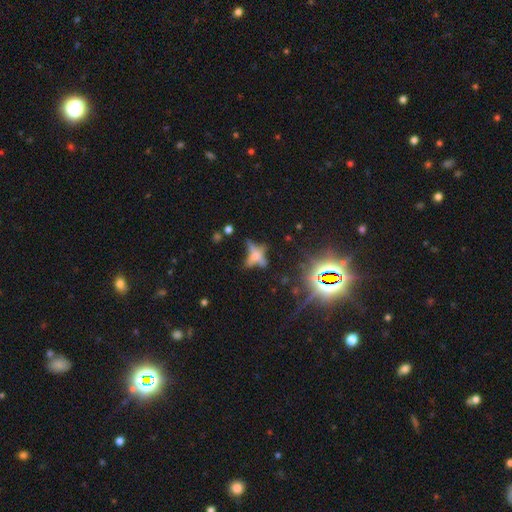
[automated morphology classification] Smooth or featured? featured or disk (42%)
Merging? none (46%)